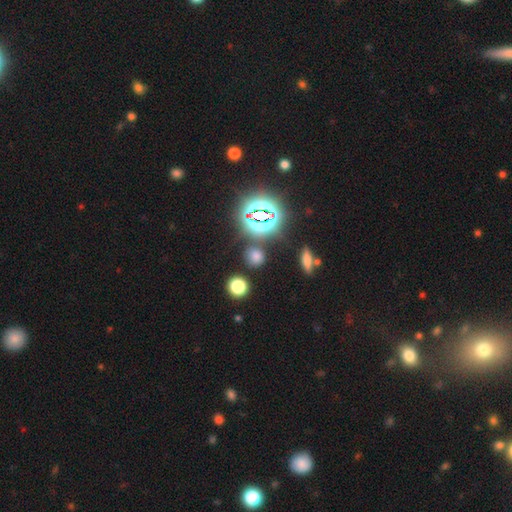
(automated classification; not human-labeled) smooth_or_featured: smooth (p=0.61) [alt: star or artifact p=0.33]
how_rounded: round (p=0.81) [alt: in between p=0.17]
merging: none (p=0.81) [alt: minor disturbance p=0.10]